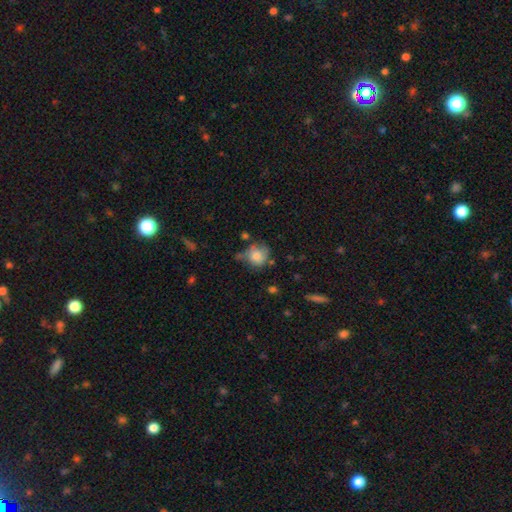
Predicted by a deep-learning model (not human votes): This is likely a smooth galaxy (80%). How rounded: clearly round (81%). Merging: possibly none (52%).